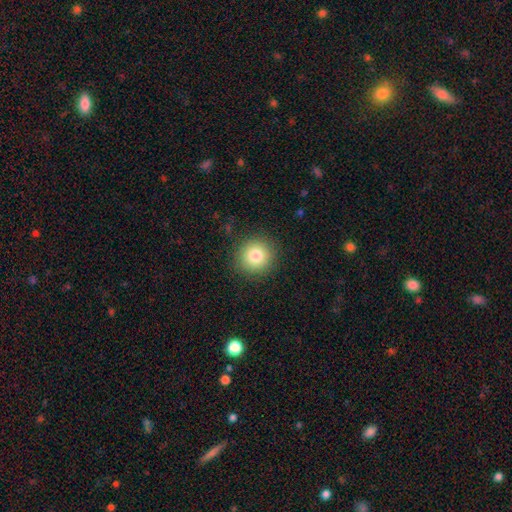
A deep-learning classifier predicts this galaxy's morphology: Smooth or featured: smooth — 82% (star or artifact — 10%)
How rounded: round — 93% (in between — 6%)
Merging: none — 90% (minor disturbance — 7%)